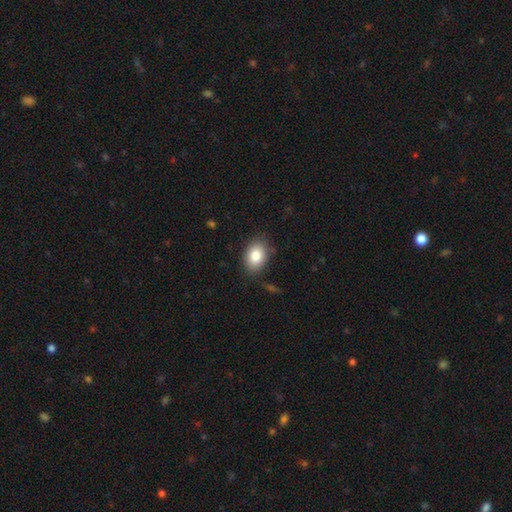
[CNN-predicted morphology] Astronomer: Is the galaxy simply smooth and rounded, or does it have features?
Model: smooth — 84%.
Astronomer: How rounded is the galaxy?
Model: in between — 78%.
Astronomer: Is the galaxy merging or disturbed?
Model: none — 81%.